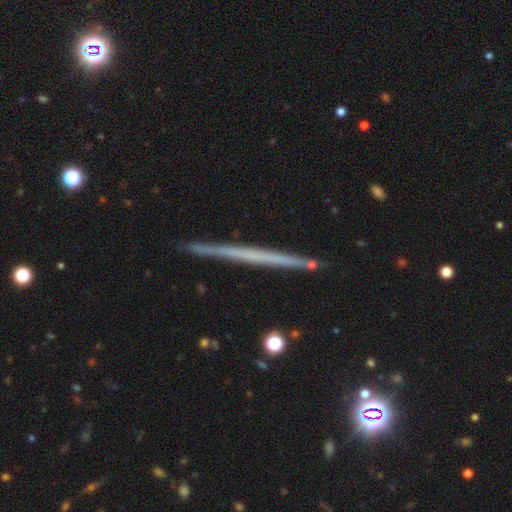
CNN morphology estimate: Smooth or featured: featured or disk — 62% (smooth — 30%)
Edge-on disk: yes — 98% (no — 2%)
Edge-on bulge: none — 92% (rounded — 5%)
Merging: none — 91% (minor disturbance — 7%)